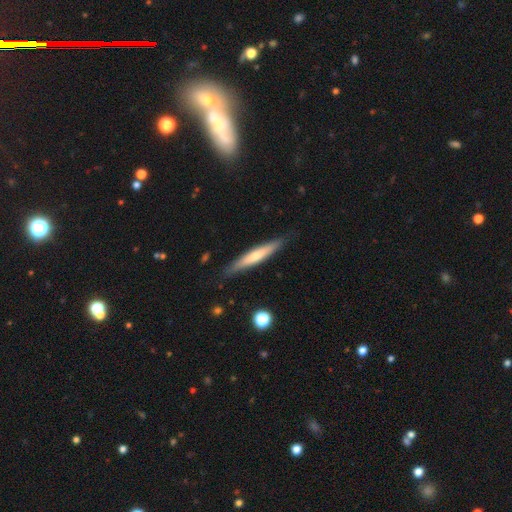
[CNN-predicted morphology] This is possibly a smooth galaxy (56%). How rounded: clearly cigar-shaped (92%). Merging: clearly none (86%).